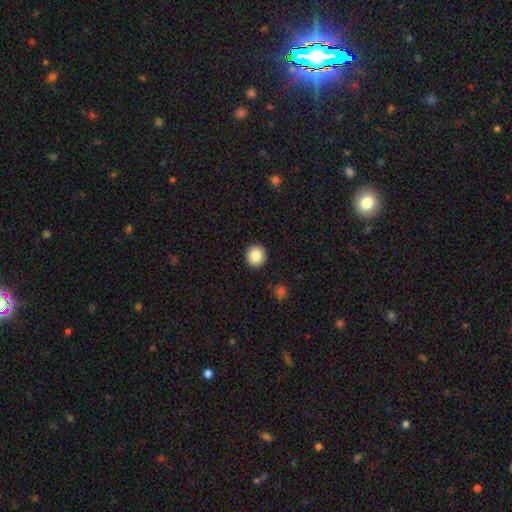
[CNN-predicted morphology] A smooth galaxy with no disk features (85%) that is round (94%).

Vote fractions:
- Smooth or featured? smooth: 85% / star or artifact: 9% / featured or disk: 6%
- How rounded? round: 94% / in between: 5% / cigar-shaped: 1%
- Merging? none: 93% / minor disturbance: 5% / major disturbance: 2% / merger: 1%